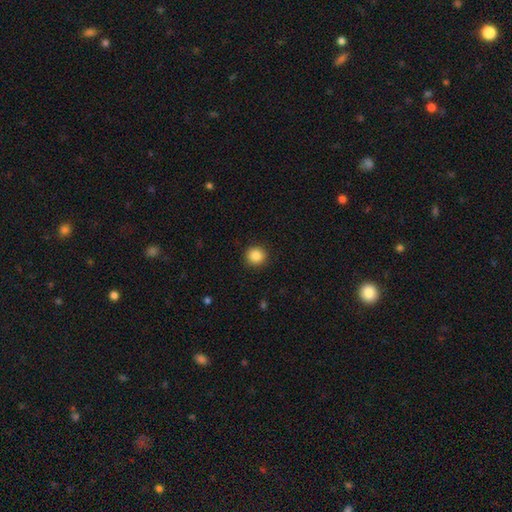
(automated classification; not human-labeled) Smooth or featured?
  - smooth: 87% *
  - star or artifact: 10%
  - featured or disk: 3%
How rounded?
  - round: 92% *
  - in between: 7%
  - cigar-shaped: 1%
Merging?
  - none: 91% *
  - minor disturbance: 6%
  - major disturbance: 2%
  - merger: 1%